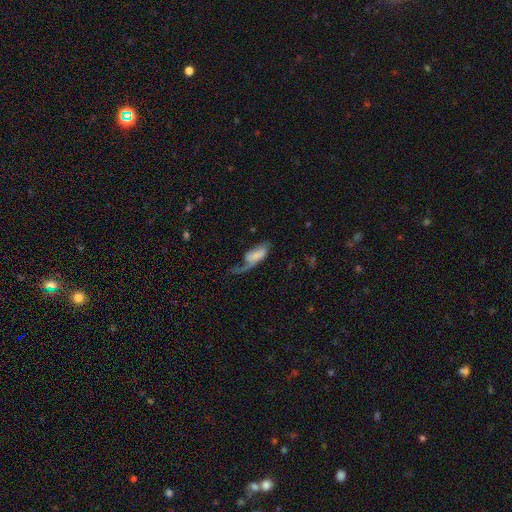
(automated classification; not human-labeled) smooth 48%, featured or disk 43%, star or artifact 8%. Down the decision tree: merging — major disturbance (54%).